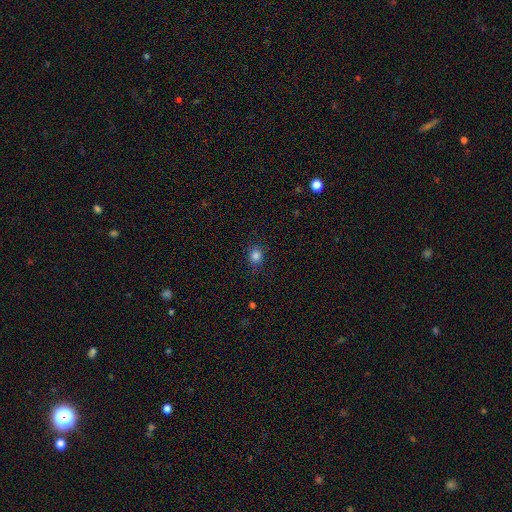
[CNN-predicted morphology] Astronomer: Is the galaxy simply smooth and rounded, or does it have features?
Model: smooth — 83%.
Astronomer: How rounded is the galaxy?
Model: round — 78%.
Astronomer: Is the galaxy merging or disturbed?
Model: none — 84%.